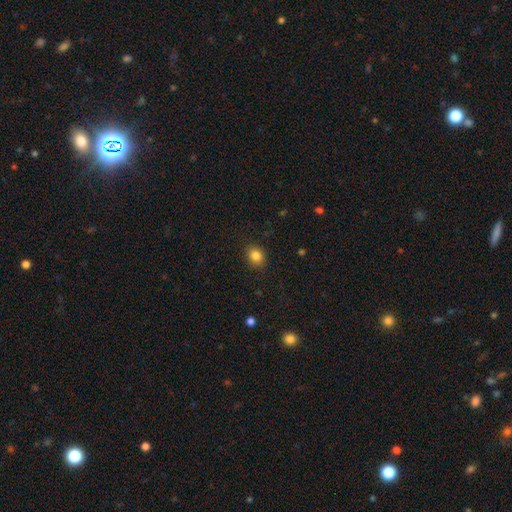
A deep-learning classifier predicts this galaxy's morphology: Smooth or featured?
  - smooth: 84% *
  - star or artifact: 10%
  - featured or disk: 5%
How rounded?
  - in between: 50% *
  - round: 49%
  - cigar-shaped: 1%
Merging?
  - none: 87% *
  - minor disturbance: 9%
  - major disturbance: 3%
  - merger: 1%